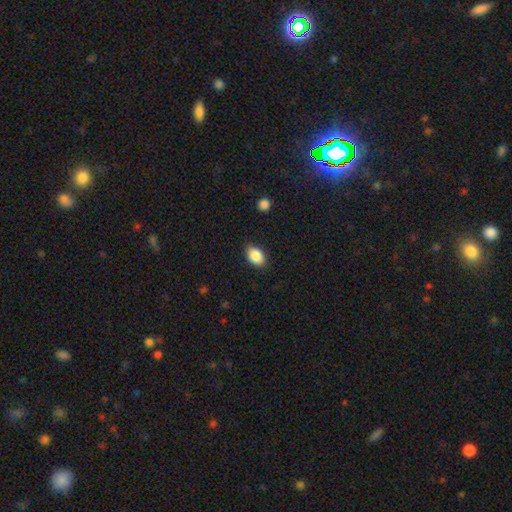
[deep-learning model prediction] Smooth or featured? Predicted: smooth (p=0.87). How rounded? Predicted: in between (p=0.87). Merging? Predicted: none (p=0.85).